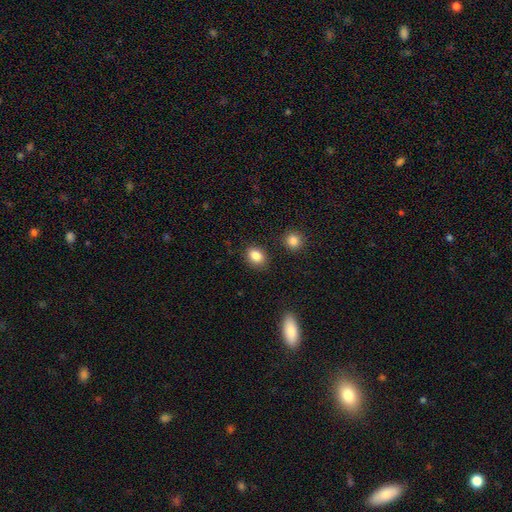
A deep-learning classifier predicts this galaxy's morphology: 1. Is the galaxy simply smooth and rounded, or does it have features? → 86% smooth, 9% star or artifact, 5% featured or disk.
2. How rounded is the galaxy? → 63% in between, 36% round, 1% cigar-shaped.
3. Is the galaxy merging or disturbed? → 84% none, 10% minor disturbance, 3% major disturbance, 3% merger.